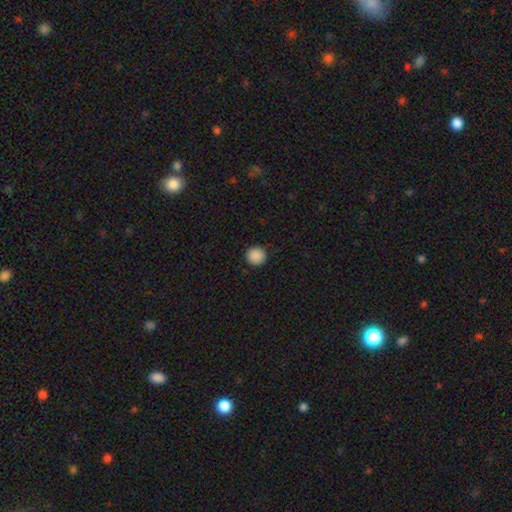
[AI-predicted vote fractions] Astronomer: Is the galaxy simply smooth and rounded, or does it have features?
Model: smooth — 88%.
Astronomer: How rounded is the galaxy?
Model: round — 94%.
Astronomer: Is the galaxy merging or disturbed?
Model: none — 90%.